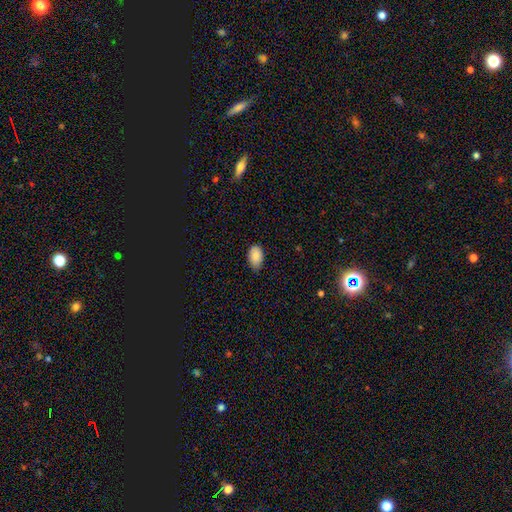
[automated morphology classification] This is clearly a smooth galaxy (88%). How rounded: clearly in between (92%). Merging: likely none (71%).